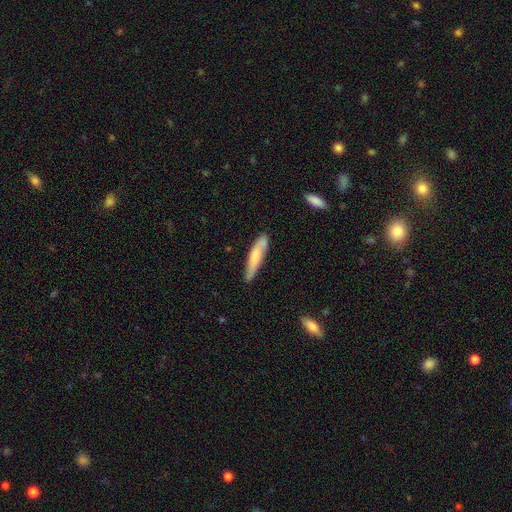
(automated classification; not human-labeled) Morphology: type=smooth (67%); roundness=cigar-shaped (85%); merging=none (70%).